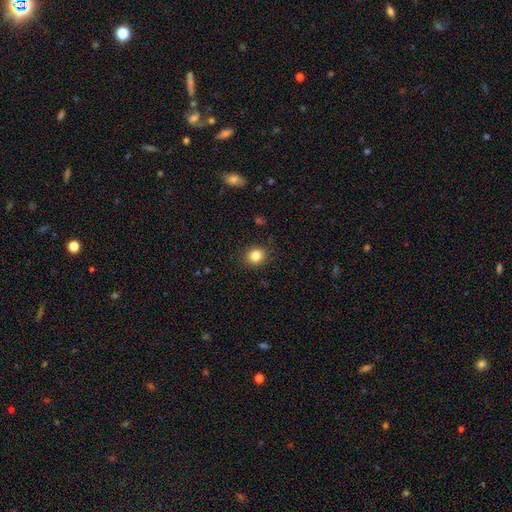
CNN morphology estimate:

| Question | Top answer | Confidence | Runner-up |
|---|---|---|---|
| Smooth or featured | smooth | 84% | star or artifact (11%) |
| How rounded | round | 76% | in between (23%) |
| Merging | none | 88% | minor disturbance (8%) |